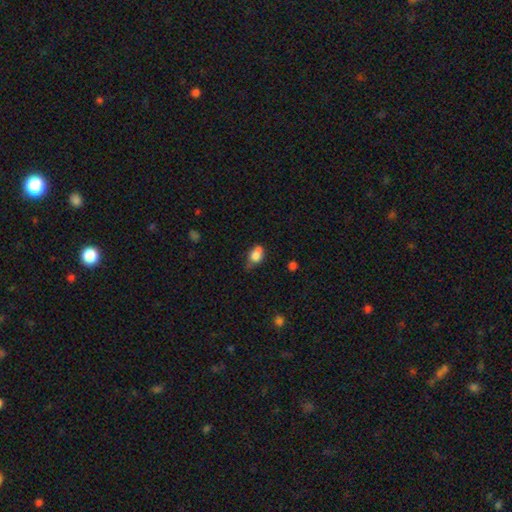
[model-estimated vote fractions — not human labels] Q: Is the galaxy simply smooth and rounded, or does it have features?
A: smooth — 76%.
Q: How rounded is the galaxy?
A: in between — 55%.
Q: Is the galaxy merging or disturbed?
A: none — 38%.